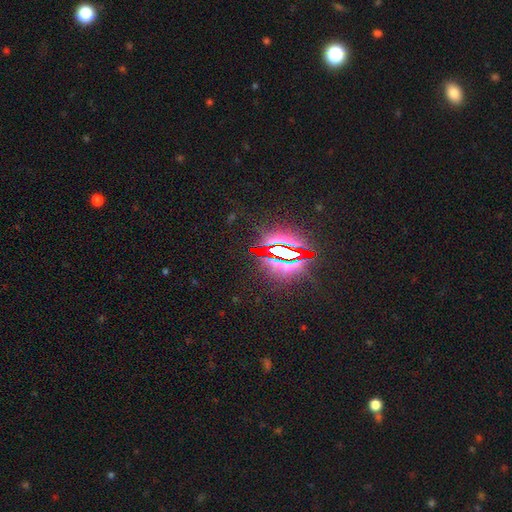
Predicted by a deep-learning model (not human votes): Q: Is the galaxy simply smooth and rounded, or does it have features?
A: star or artifact — 84%.